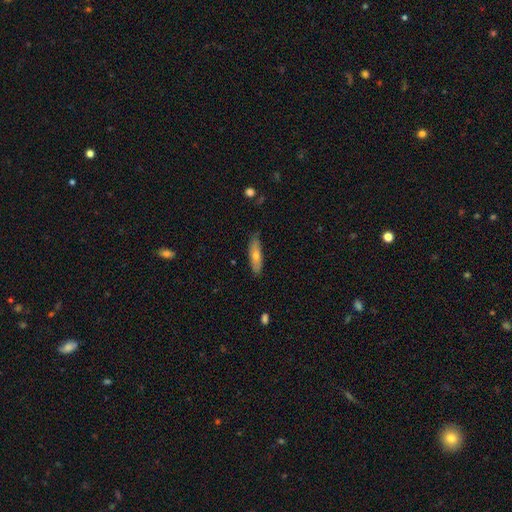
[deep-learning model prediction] Smooth or featured? smooth (55%)
How rounded? cigar-shaped (69%)
Merging? none (83%)